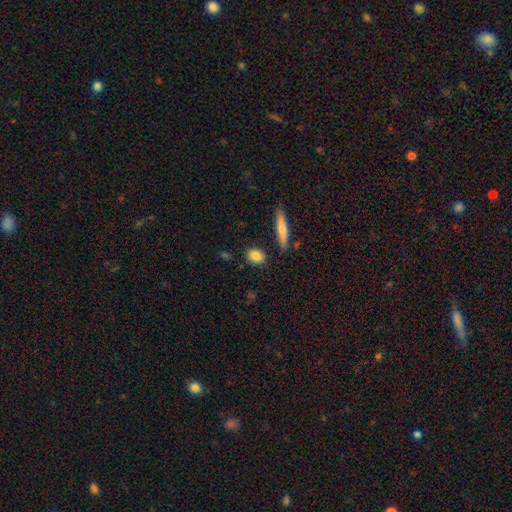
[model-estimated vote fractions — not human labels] A smooth galaxy with no disk features (84%) that is in between round and cigar-shaped (64%).

Vote fractions:
- Smooth or featured? smooth: 84% / featured or disk: 9% / star or artifact: 8%
- How rounded? in between: 64% / round: 28% / cigar-shaped: 8%
- Merging? none: 83% / minor disturbance: 11% / merger: 3% / major disturbance: 3%